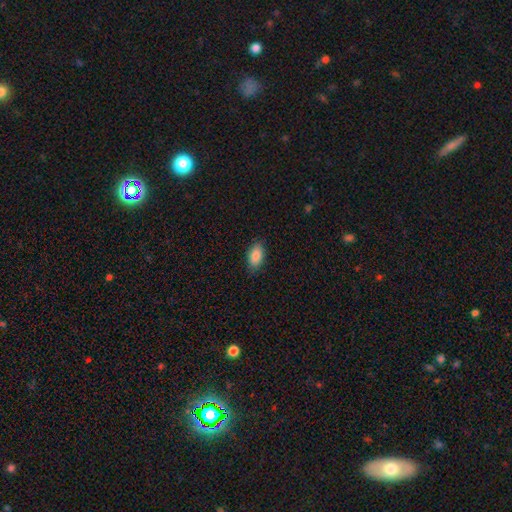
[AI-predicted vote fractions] smooth-or-featured: smooth: 87% | star or artifact: 7% | featured or disk: 6%
  how-rounded: in between: 91% | round: 5% | cigar-shaped: 4%
  merging: none: 85% | minor disturbance: 12% | major disturbance: 3% | merger: 1%